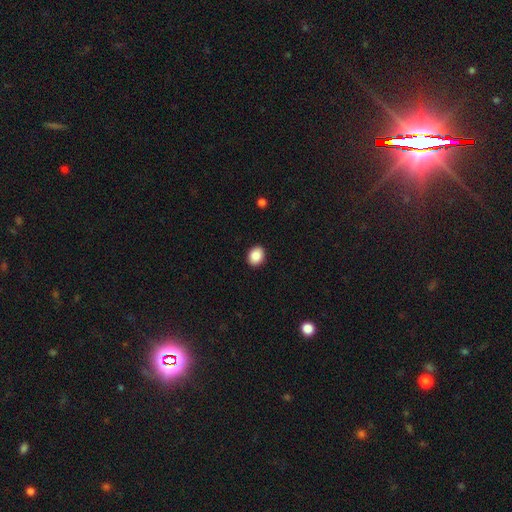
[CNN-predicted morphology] smooth 88%, star or artifact 8%, featured or disk 4%. Down the decision tree: how rounded — round (52%); merging — none (92%).